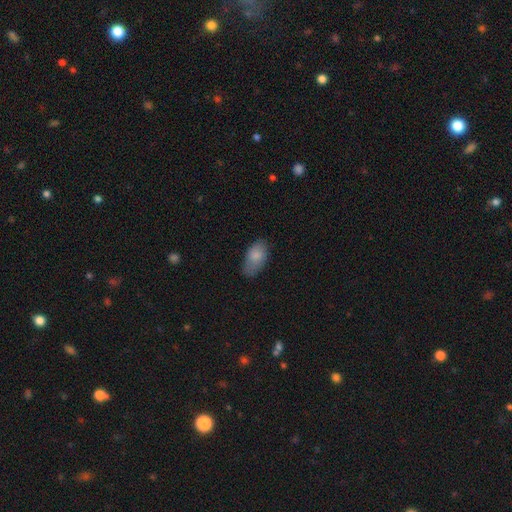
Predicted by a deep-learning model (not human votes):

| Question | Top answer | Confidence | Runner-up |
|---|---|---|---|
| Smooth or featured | smooth | 83% | featured or disk (11%) |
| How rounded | in between | 93% | round (4%) |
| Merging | none | 66% | minor disturbance (27%) |